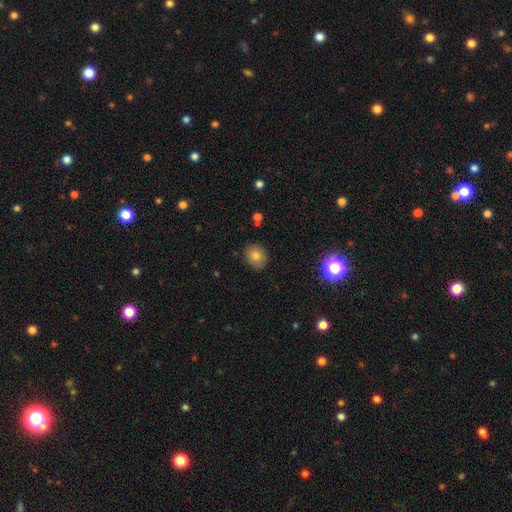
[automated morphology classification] Smooth or featured?
  - smooth: 79% *
  - star or artifact: 11%
  - featured or disk: 10%
How rounded?
  - round: 71% *
  - in between: 28%
  - cigar-shaped: 1%
Merging?
  - none: 86% *
  - minor disturbance: 10%
  - major disturbance: 2%
  - merger: 2%